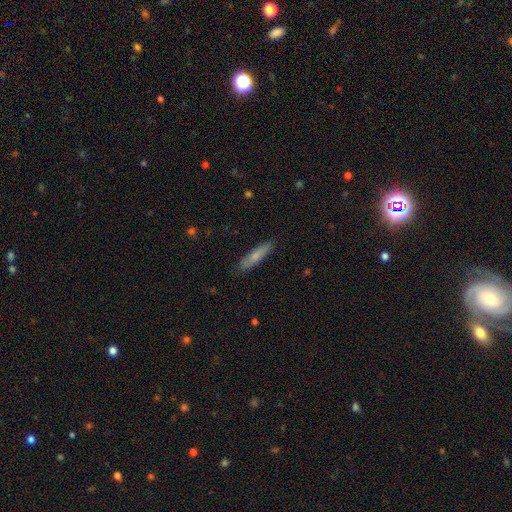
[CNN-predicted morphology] smooth 71%, featured or disk 23%, star or artifact 6%. Down the decision tree: how rounded — cigar-shaped (84%); merging — none (85%).